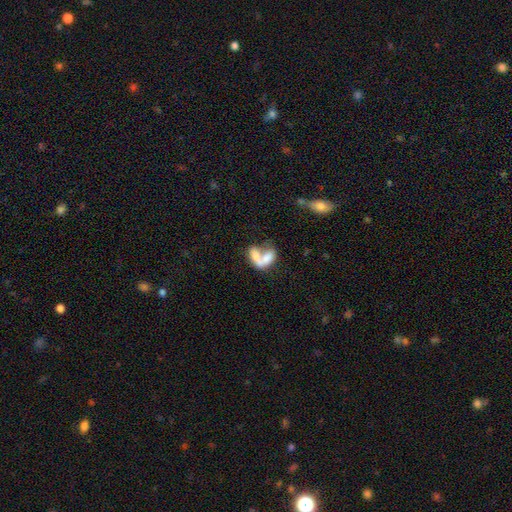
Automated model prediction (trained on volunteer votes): Overall: smooth (64%; featured or disk 28%). How rounded: in between (86%). Merging: merger (71%).